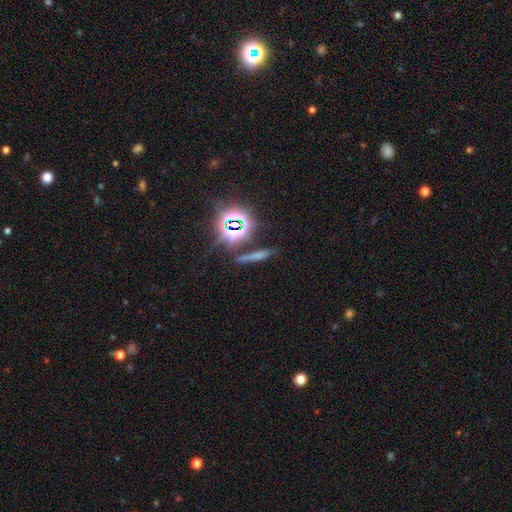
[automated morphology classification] A smooth galaxy with no disk features (46%). Merging: none (73%).